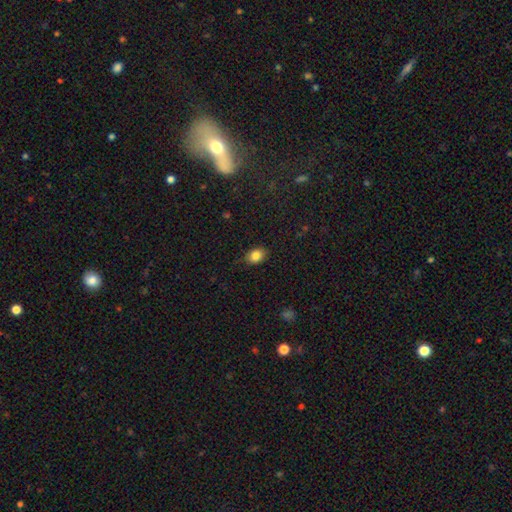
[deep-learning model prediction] Overall: smooth (84%). How rounded: in between (70%). Merging: none (84%).